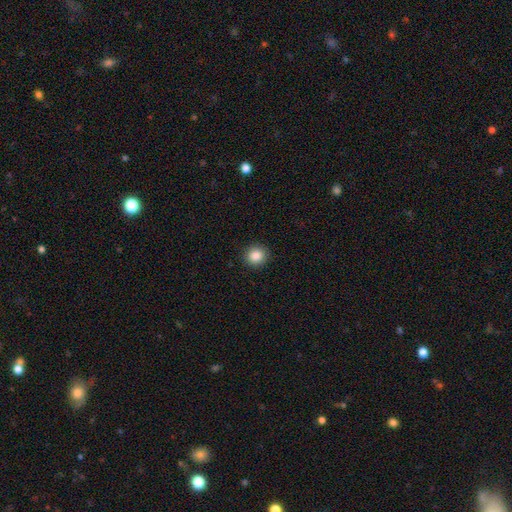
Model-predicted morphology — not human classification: Smooth or featured?
  - smooth: 87% *
  - star or artifact: 9%
  - featured or disk: 4%
How rounded?
  - round: 88% *
  - in between: 12%
  - cigar-shaped: 1%
Merging?
  - none: 92% *
  - minor disturbance: 6%
  - major disturbance: 2%
  - merger: 1%